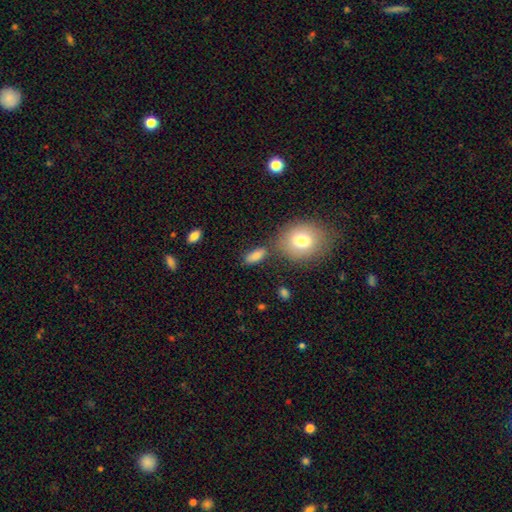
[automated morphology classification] Smooth or featured?
  - smooth: 81% *
  - featured or disk: 10%
  - star or artifact: 9%
How rounded?
  - in between: 77% *
  - cigar-shaped: 15%
  - round: 8%
Merging?
  - none: 70% *
  - minor disturbance: 14%
  - merger: 11%
  - major disturbance: 5%